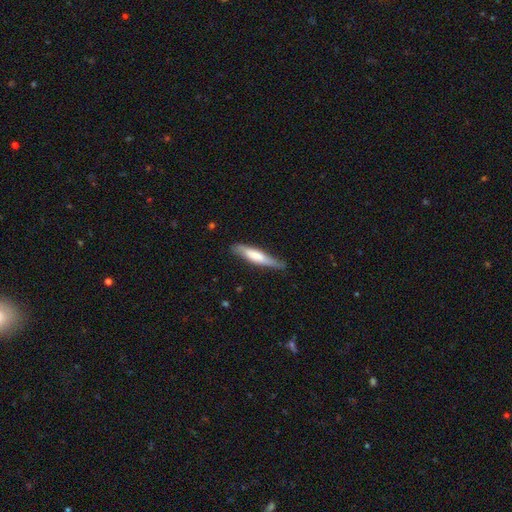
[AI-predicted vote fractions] Smooth or featured: smooth — 58% (featured or disk — 37%)
How rounded: cigar-shaped — 85% (in between — 14%)
Merging: none — 75% (minor disturbance — 20%)